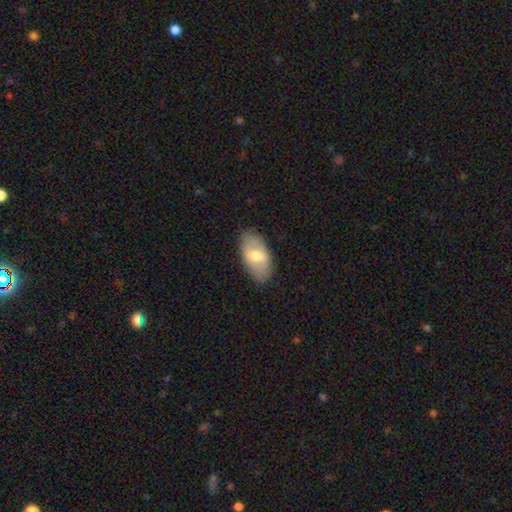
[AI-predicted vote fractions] smooth-or-featured: smooth: 53% | featured or disk: 42% | star or artifact: 6%
  how-rounded: in between: 93% | round: 5% | cigar-shaped: 3%
  merging: none: 84% | minor disturbance: 12% | major disturbance: 3% | merger: 1%